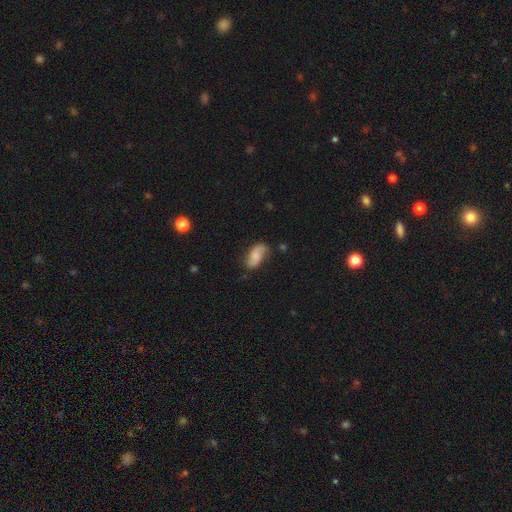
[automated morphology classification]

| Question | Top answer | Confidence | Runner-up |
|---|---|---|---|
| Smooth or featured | featured or disk | 48% | smooth (45%) |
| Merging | none | 69% | minor disturbance (22%) |